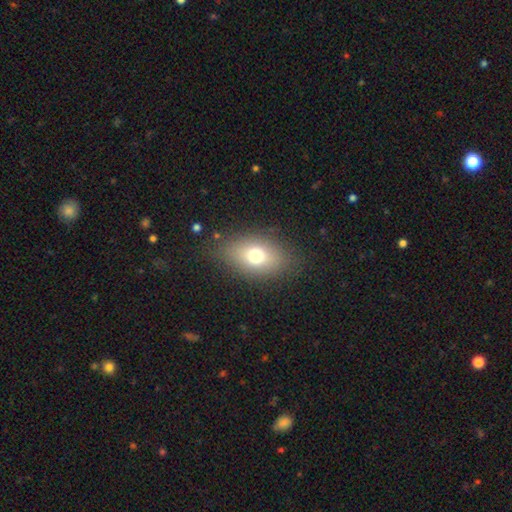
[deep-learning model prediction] Overall: smooth (72%). How rounded: in between (79%). Merging: none (81%).